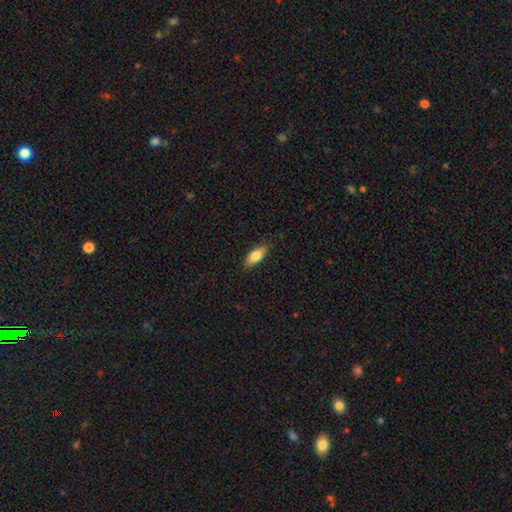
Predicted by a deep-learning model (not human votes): The model was most divided on "how rounded": in between: 77%, cigar-shaped: 20%, round: 3%. More confident: merging — none (84%); smooth or featured — smooth (78%).